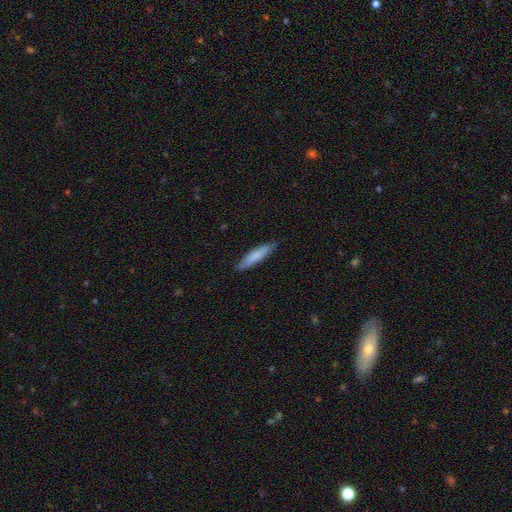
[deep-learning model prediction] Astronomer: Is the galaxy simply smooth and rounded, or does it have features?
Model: smooth — 78%.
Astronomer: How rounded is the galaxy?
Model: cigar-shaped — 85%.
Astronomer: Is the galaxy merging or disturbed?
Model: none — 88%.